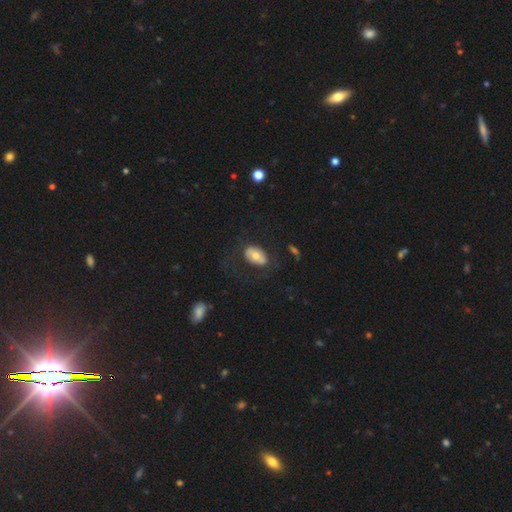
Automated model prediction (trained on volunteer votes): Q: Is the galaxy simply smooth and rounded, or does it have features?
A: smooth — 62%.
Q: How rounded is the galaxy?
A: in between — 89%.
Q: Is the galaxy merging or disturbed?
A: none — 61%.